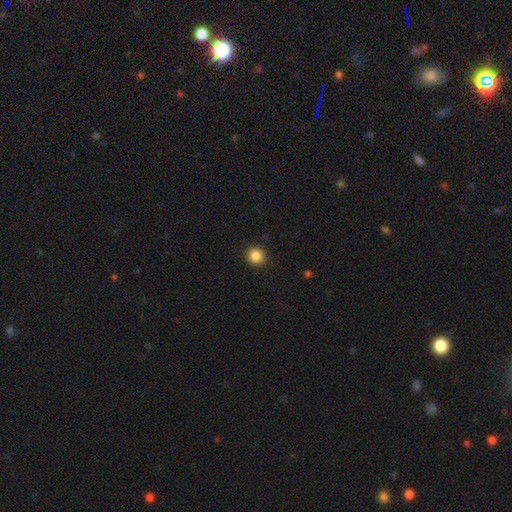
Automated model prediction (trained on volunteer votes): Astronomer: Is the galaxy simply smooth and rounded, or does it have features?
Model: smooth — 87%.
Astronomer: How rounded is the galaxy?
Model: round — 91%.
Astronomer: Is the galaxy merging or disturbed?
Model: none — 92%.